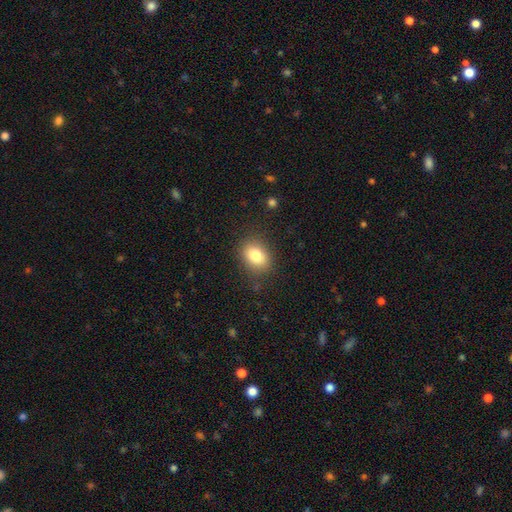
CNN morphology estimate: Smooth or featured: smooth — 83% (star or artifact — 9%)
How rounded: in between — 65% (round — 33%)
Merging: none — 84% (minor disturbance — 11%)